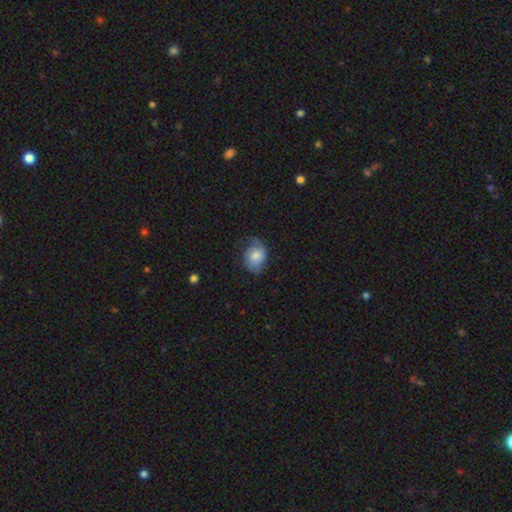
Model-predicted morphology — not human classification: The model was most divided on "how rounded": in between: 58%, round: 41%, cigar-shaped: 1%. More confident: smooth or featured — smooth (60%); merging — none (55%).